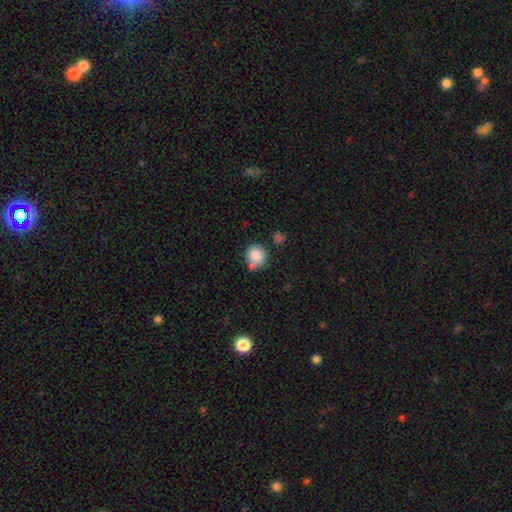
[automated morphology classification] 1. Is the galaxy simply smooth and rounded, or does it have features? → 86% smooth, 9% star or artifact, 5% featured or disk.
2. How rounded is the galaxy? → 88% round, 11% in between, 1% cigar-shaped.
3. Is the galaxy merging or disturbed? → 64% none, 17% merger, 15% minor disturbance, 4% major disturbance.